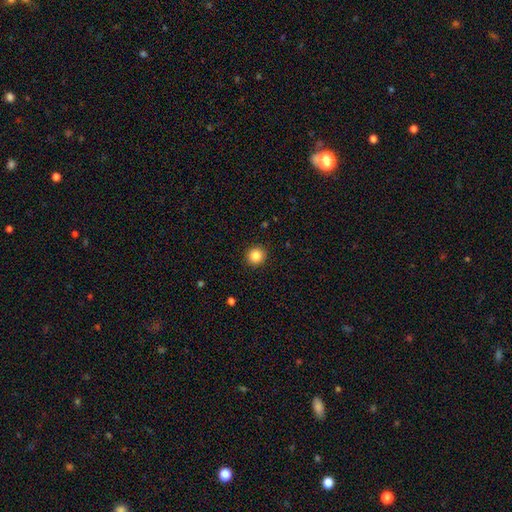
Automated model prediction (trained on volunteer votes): smooth_or_featured: smooth (p=0.85) [alt: star or artifact p=0.10]
how_rounded: round (p=0.93) [alt: in between p=0.06]
merging: none (p=0.92) [alt: minor disturbance p=0.05]